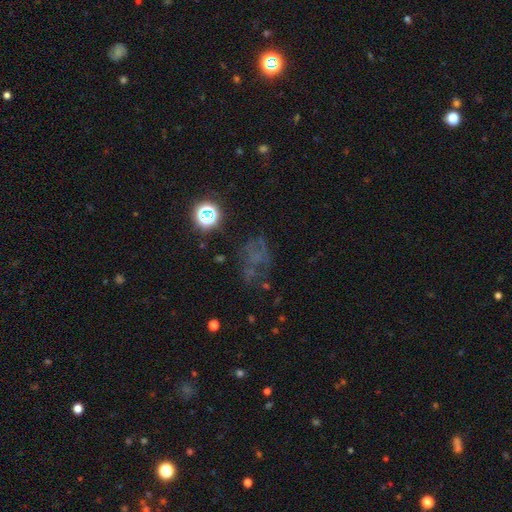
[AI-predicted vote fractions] A star or artifact, not a galaxy (36%).

Vote fractions:
- Smooth or featured? star or artifact: 36% / featured or disk: 33% / smooth: 31%